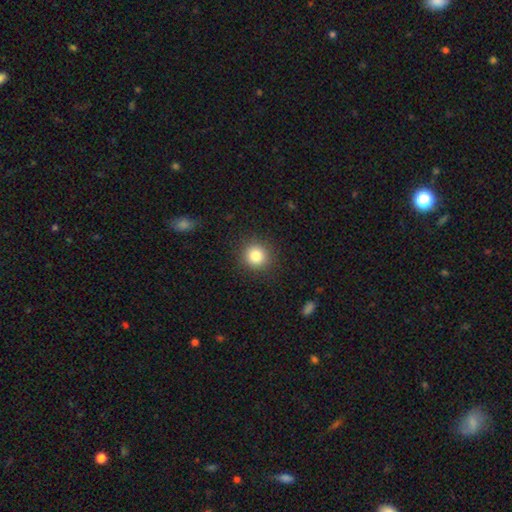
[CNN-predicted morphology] Smooth or featured: smooth — 83% (star or artifact — 11%)
How rounded: round — 92% (in between — 7%)
Merging: none — 90% (minor disturbance — 7%)